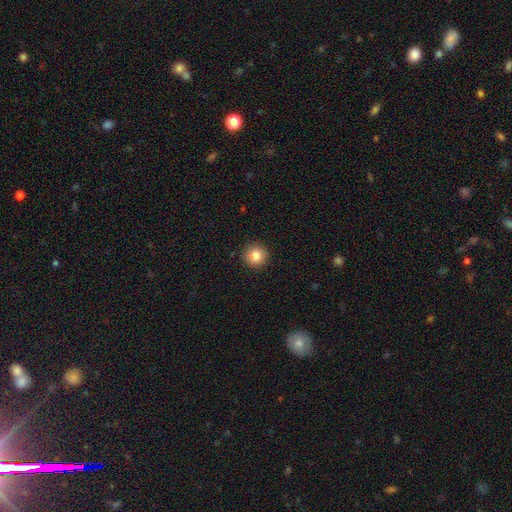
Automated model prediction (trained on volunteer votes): Smooth or featured?
  - smooth: 84% *
  - star or artifact: 10%
  - featured or disk: 6%
How rounded?
  - round: 94% *
  - in between: 5%
  - cigar-shaped: 1%
Merging?
  - none: 92% *
  - minor disturbance: 5%
  - major disturbance: 2%
  - merger: 1%